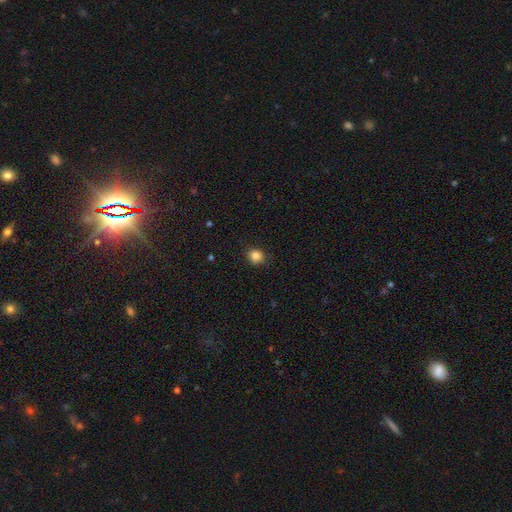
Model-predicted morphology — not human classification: A smooth galaxy with no disk features (85%) that is round (83%).

Vote fractions:
- Smooth or featured? smooth: 85% / star or artifact: 11% / featured or disk: 4%
- How rounded? round: 83% / in between: 16% / cigar-shaped: 1%
- Merging? none: 86% / minor disturbance: 11% / major disturbance: 2% / merger: 1%